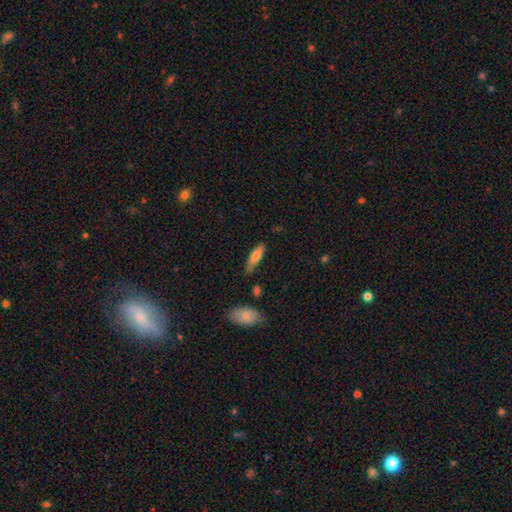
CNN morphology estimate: type=smooth (75%); roundness=cigar-shaped (60%); merging=none (68%).